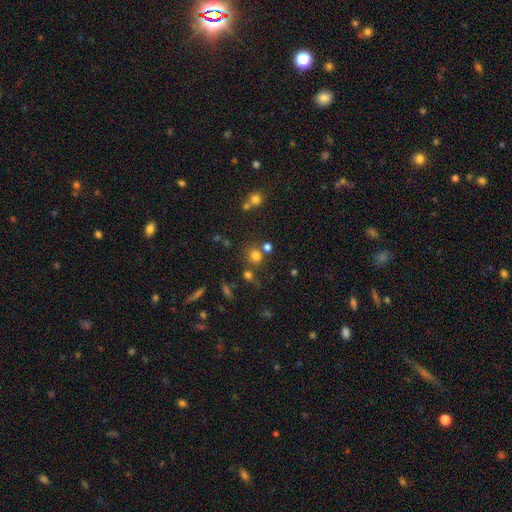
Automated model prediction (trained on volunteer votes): smooth_or_featured: smooth (p=0.72) [alt: star or artifact p=0.20]
how_rounded: round (p=0.88) [alt: in between p=0.11]
merging: none (p=0.69) [alt: merger p=0.17]